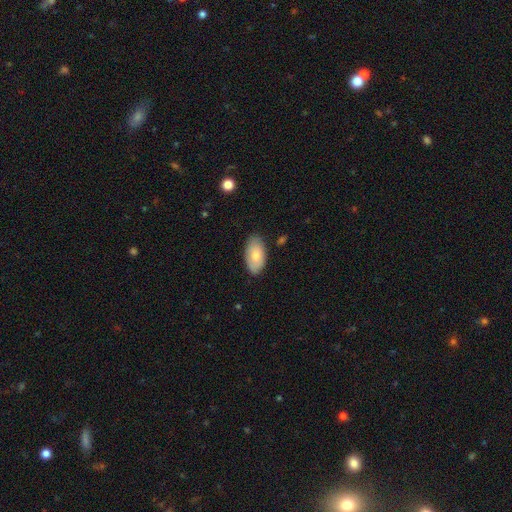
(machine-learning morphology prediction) Smooth or featured?
  - smooth: 79% *
  - featured or disk: 15%
  - star or artifact: 6%
How rounded?
  - in between: 95% *
  - round: 3%
  - cigar-shaped: 2%
Merging?
  - none: 81% *
  - minor disturbance: 15%
  - major disturbance: 3%
  - merger: 1%